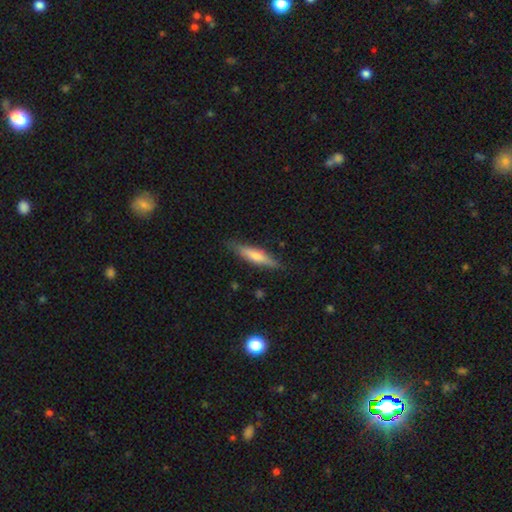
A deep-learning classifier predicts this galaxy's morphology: This is possibly a smooth galaxy (51%). How rounded: clearly cigar-shaped (87%). Merging: clearly none (86%).